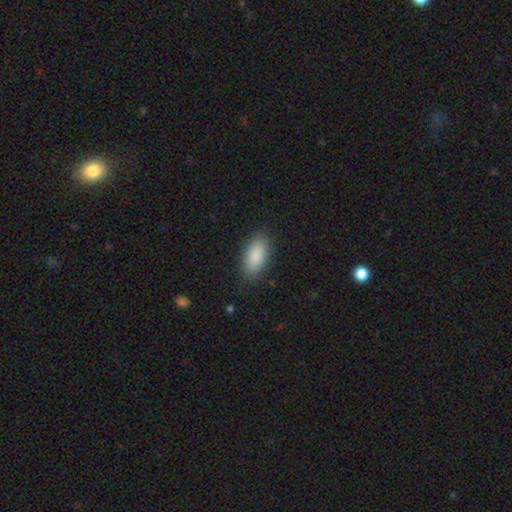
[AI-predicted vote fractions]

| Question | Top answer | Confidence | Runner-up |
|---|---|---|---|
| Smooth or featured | smooth | 89% | star or artifact (6%) |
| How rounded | in between | 89% | cigar-shaped (8%) |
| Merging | none | 86% | minor disturbance (10%) |